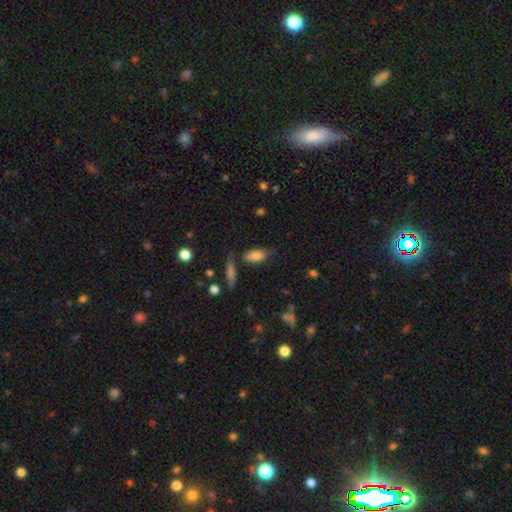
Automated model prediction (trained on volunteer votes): A smooth galaxy with no disk features (78%) that is in between round and cigar-shaped (83%). Merging: none (68%).